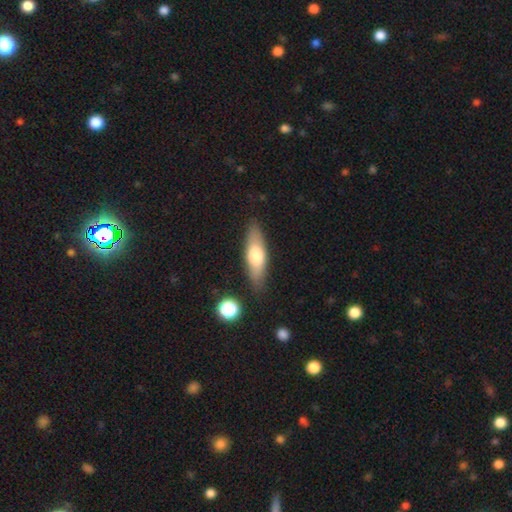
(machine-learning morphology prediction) Smooth or featured? smooth (64%)
How rounded? in between (51%)
Merging? none (84%)